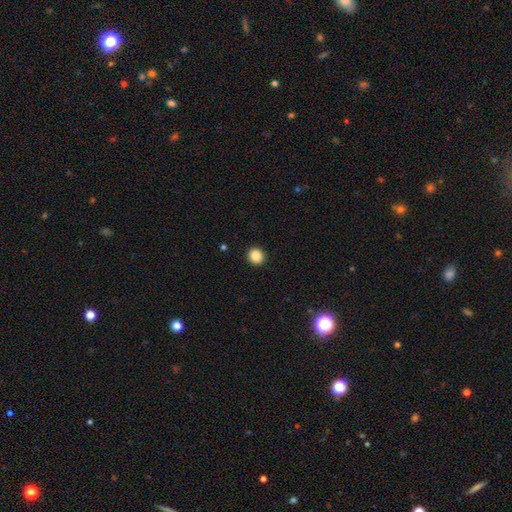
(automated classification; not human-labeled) A smooth galaxy with no disk features (86%) that is round (86%). Merging: none (93%).